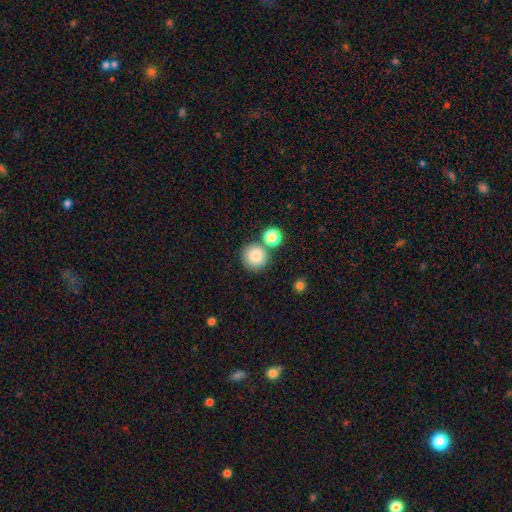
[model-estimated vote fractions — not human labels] The model was most divided on "merging": none: 71%, merger: 17%, minor disturbance: 9%, major disturbance: 3%. More confident: how rounded — round (93%); smooth or featured — smooth (82%).